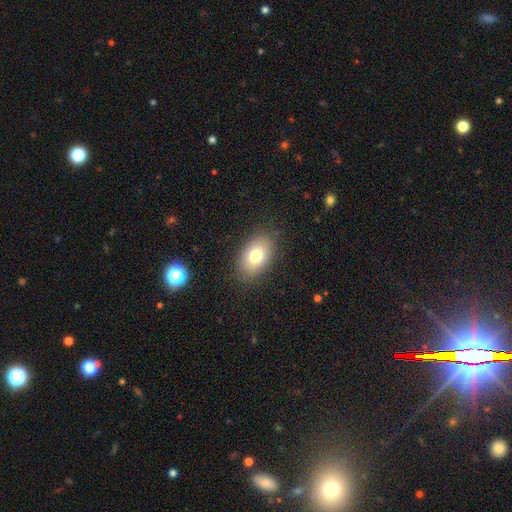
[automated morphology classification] Overall: smooth (76%). How rounded: in between (87%). Merging: none (84%).